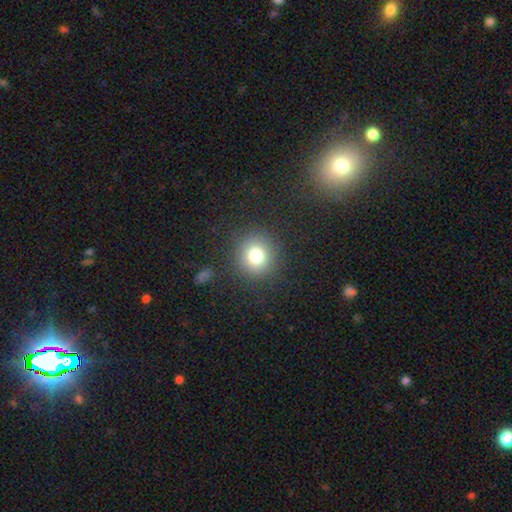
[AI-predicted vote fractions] A smooth galaxy with no disk features (78%) that is round (90%). Merging: none (88%).